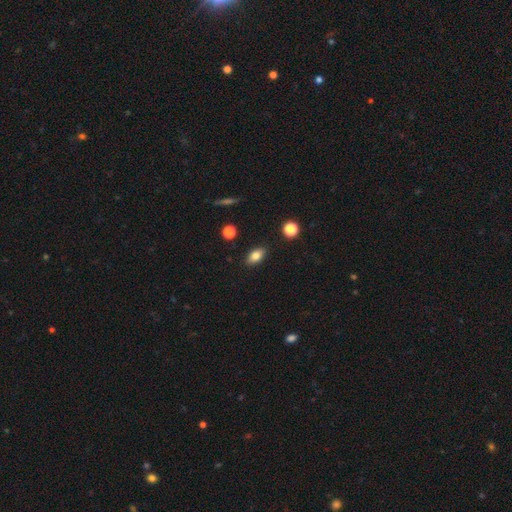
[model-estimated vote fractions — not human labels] Smooth or featured? Predicted: smooth (p=0.81). How rounded? Predicted: in between (p=0.86). Merging? Predicted: none (p=0.88).